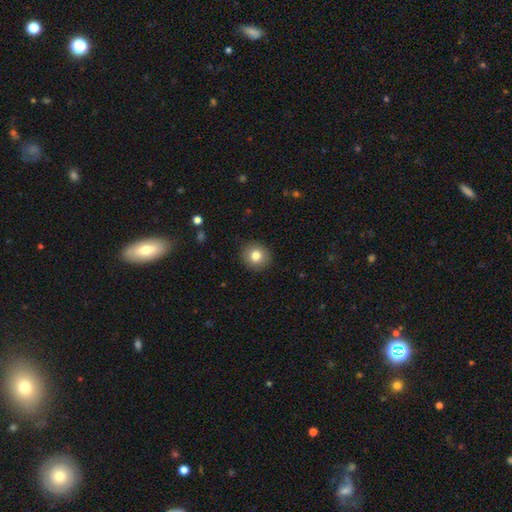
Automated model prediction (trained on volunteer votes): Q: Smooth or featured?
A: smooth (81%); runner-up: star or artifact (10%)
Q: How rounded?
A: round (88%); runner-up: in between (11%)
Q: Merging?
A: none (91%); runner-up: minor disturbance (6%)